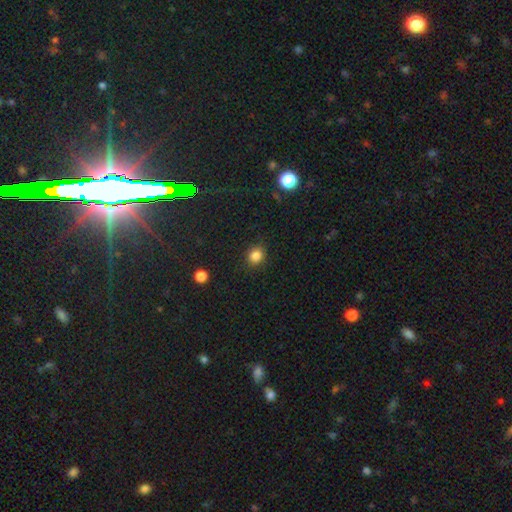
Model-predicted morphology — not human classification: A smooth galaxy with no disk features (84%) that is round (76%).

Vote fractions:
- Smooth or featured? smooth: 84% / star or artifact: 12% / featured or disk: 4%
- How rounded? round: 76% / in between: 23% / cigar-shaped: 1%
- Merging? none: 87% / minor disturbance: 9% / major disturbance: 3% / merger: 1%